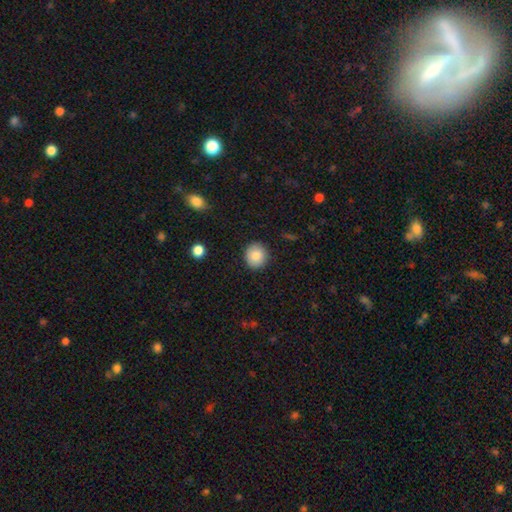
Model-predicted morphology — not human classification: The model was most divided on "smooth or featured": smooth: 84%, star or artifact: 8%, featured or disk: 8%. More confident: merging — none (90%); how rounded — round (88%).